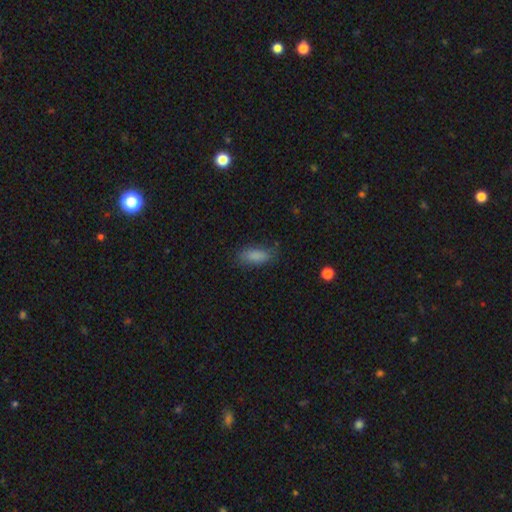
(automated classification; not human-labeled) This is clearly a smooth galaxy (85%). How rounded: clearly in between (82%). Merging: likely none (78%).